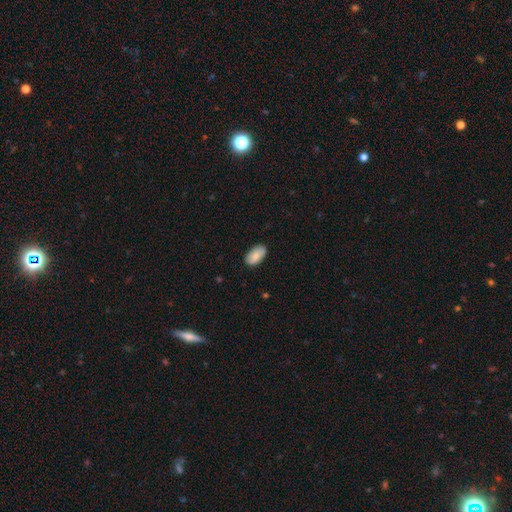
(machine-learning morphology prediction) smooth_or_featured: smooth (p=0.79) [alt: featured or disk p=0.15]
how_rounded: in between (p=0.95) [alt: round p=0.03]
merging: none (p=0.83) [alt: minor disturbance p=0.13]